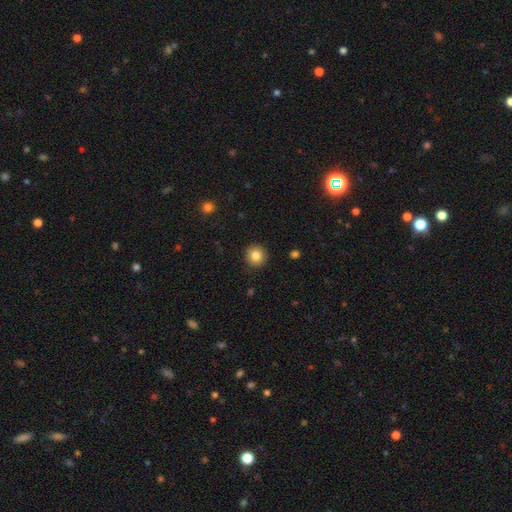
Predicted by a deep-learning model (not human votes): Q: Smooth or featured?
A: smooth (84%); runner-up: star or artifact (10%)
Q: How rounded?
A: round (94%); runner-up: in between (5%)
Q: Merging?
A: none (92%); runner-up: minor disturbance (6%)